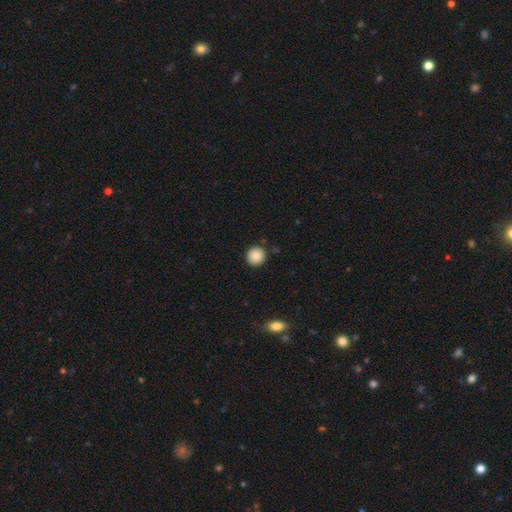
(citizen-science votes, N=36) This is clearly a smooth galaxy (100%). How rounded: clearly round (100%). Merging: clearly none (94%).